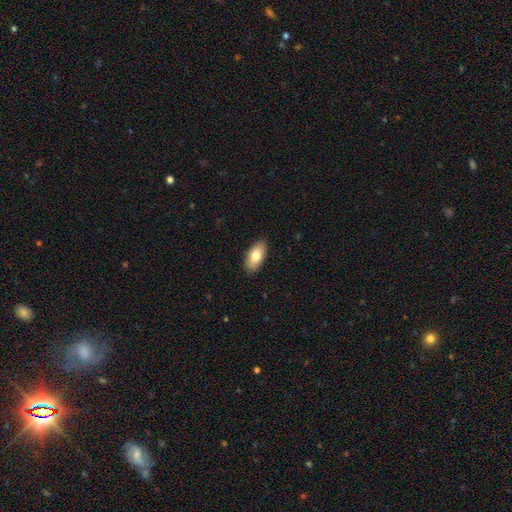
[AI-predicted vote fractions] Overall: smooth (77%). How rounded: in between (91%). Merging: none (88%).